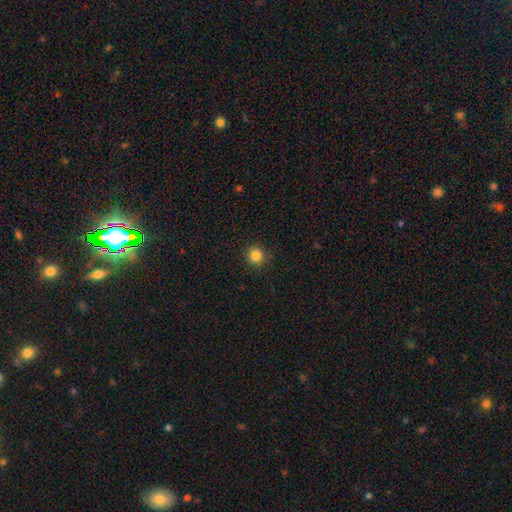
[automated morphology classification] The model was most divided on "smooth or featured": smooth: 84%, star or artifact: 12%, featured or disk: 4%. More confident: how rounded — round (93%); merging — none (91%).